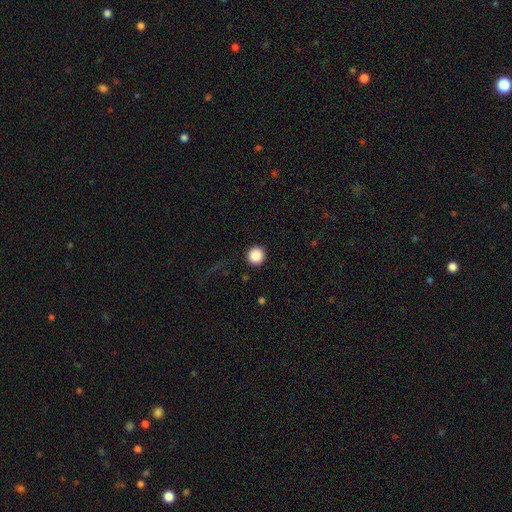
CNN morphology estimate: smooth 88%, star or artifact 9%, featured or disk 3%. Down the decision tree: how rounded — round (96%); merging — none (93%).